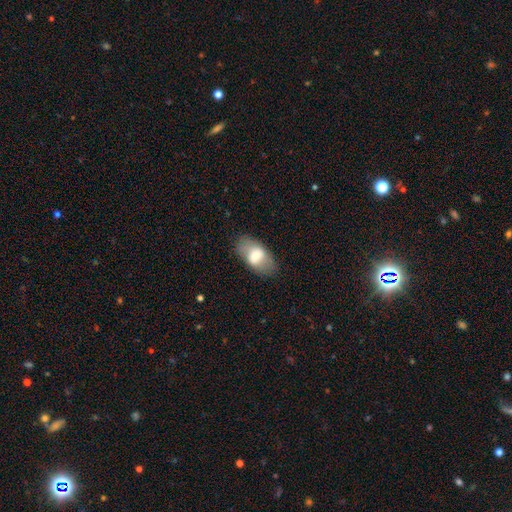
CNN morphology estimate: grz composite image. It shows a smooth galaxy with no disk features (65%) that is in between round and cigar-shaped (91%). Merging: none (78%).